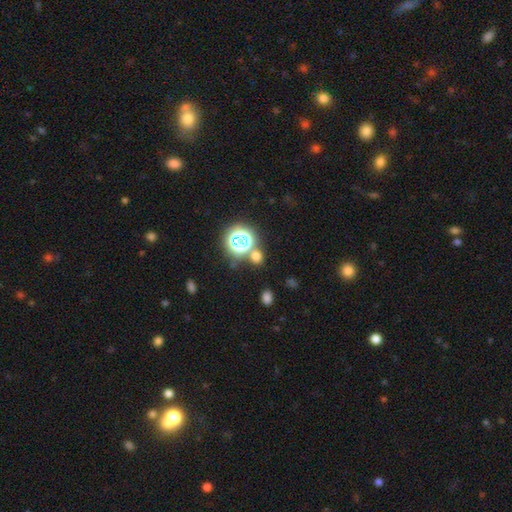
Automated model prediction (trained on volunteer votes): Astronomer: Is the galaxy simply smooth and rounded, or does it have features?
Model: smooth — 61%.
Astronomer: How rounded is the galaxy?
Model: round — 79%.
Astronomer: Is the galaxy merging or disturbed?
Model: none — 66%.